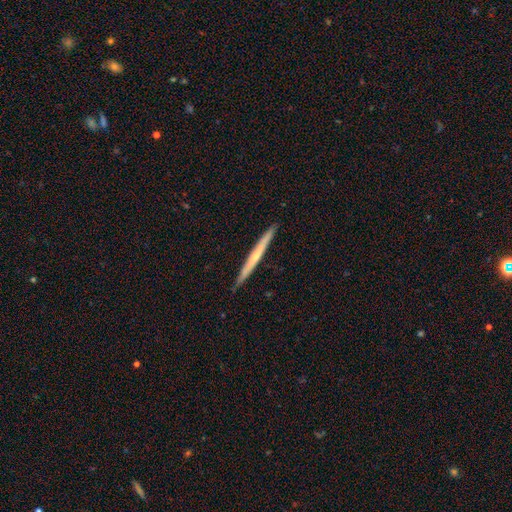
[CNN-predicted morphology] Smooth or featured? featured or disk (59%)
Edge-on disk? yes (97%)
Edge-on bulge? none (59%)
Merging? none (91%)